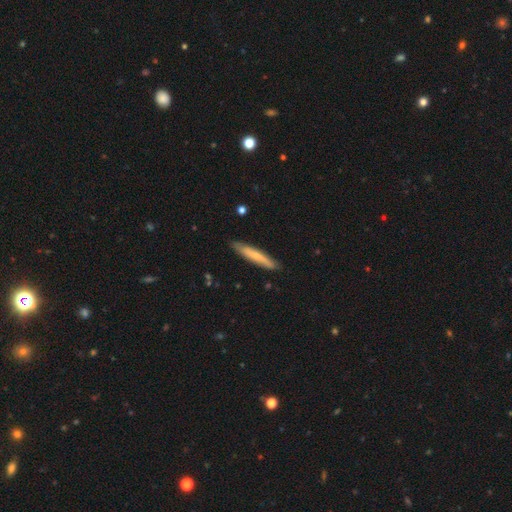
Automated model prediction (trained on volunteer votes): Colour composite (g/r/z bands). It shows a smooth galaxy with no disk features (63%) that is cigar-shaped (93%). Merging: none (86%).